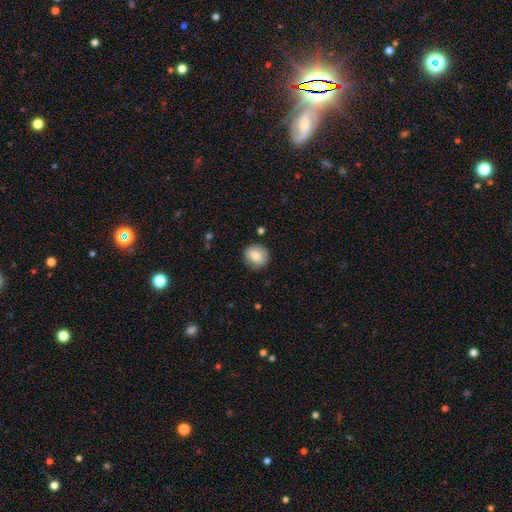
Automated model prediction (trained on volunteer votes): This is likely a smooth galaxy (78%). How rounded: clearly round (86%). Merging: clearly none (84%).